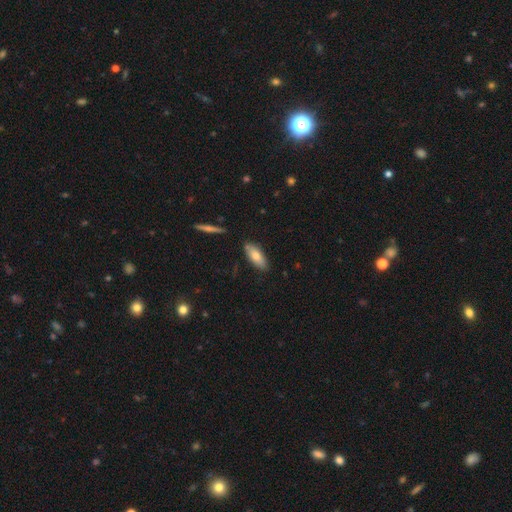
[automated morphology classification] Smooth or featured: smooth — 73% (featured or disk — 20%)
How rounded: in between — 75% (cigar-shaped — 23%)
Merging: none — 84% (minor disturbance — 11%)